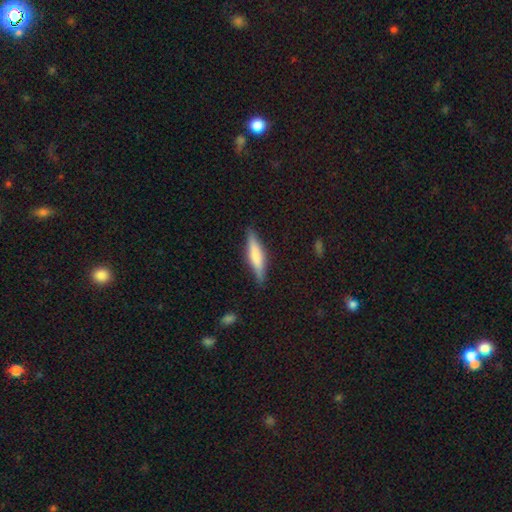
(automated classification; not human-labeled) Smooth or featured? Predicted: smooth (p=0.62). How rounded? Predicted: cigar-shaped (p=0.81). Merging? Predicted: none (p=0.84).